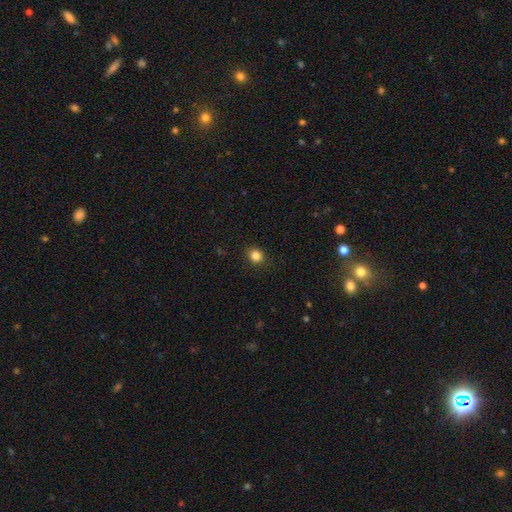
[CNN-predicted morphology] The model was most divided on "how rounded": round: 80%, in between: 19%, cigar-shaped: 1%. More confident: merging — none (91%); smooth or featured — smooth (84%).